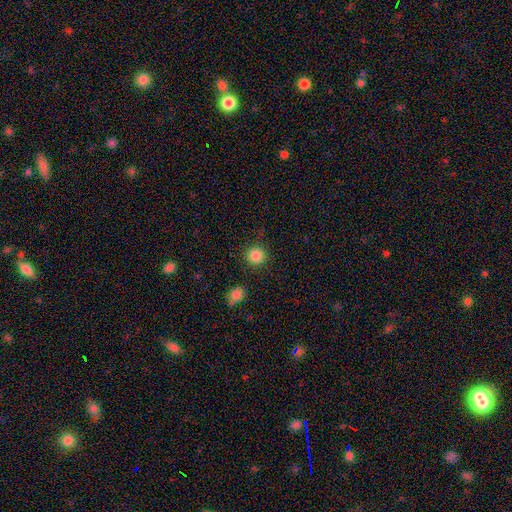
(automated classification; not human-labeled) Smooth or featured: smooth — 86% (star or artifact — 10%)
How rounded: round — 93% (in between — 6%)
Merging: none — 88% (minor disturbance — 7%)